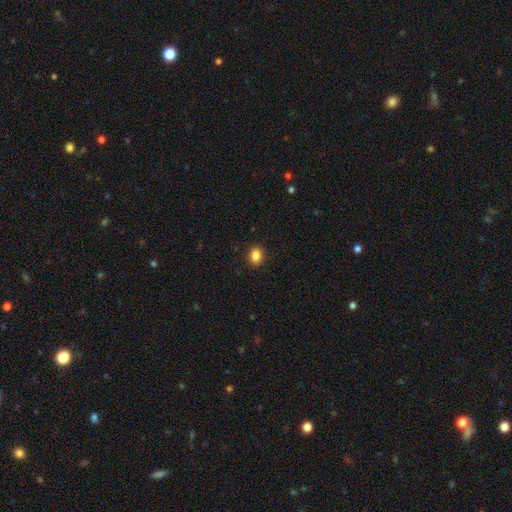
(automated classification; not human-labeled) This is clearly a smooth galaxy (86%). How rounded: possibly in between (52%). Merging: clearly none (91%).